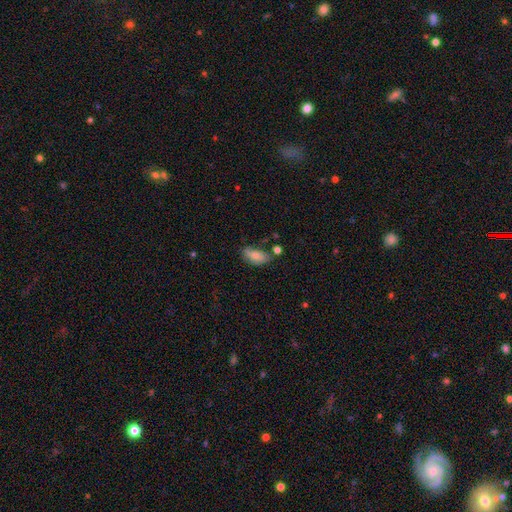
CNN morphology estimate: smooth-or-featured: smooth: 74% | featured or disk: 18% | star or artifact: 8%
  how-rounded: in between: 90% | cigar-shaped: 5% | round: 4%
  merging: none: 49% | minor disturbance: 32% | major disturbance: 10% | merger: 9%